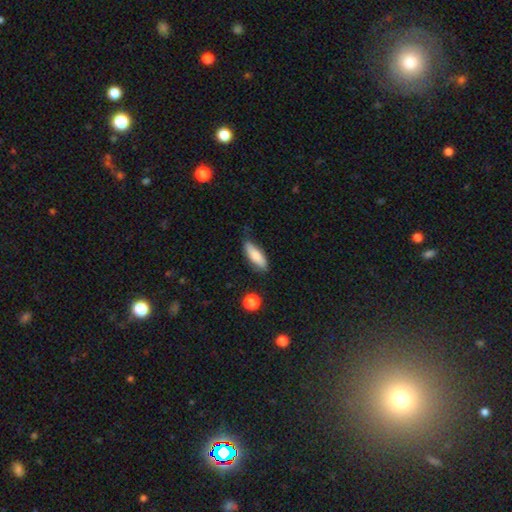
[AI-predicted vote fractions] Smooth or featured?
  - smooth: 82% *
  - featured or disk: 12%
  - star or artifact: 6%
How rounded?
  - in between: 64% *
  - cigar-shaped: 34%
  - round: 2%
Merging?
  - none: 69% *
  - minor disturbance: 24%
  - major disturbance: 5%
  - merger: 2%